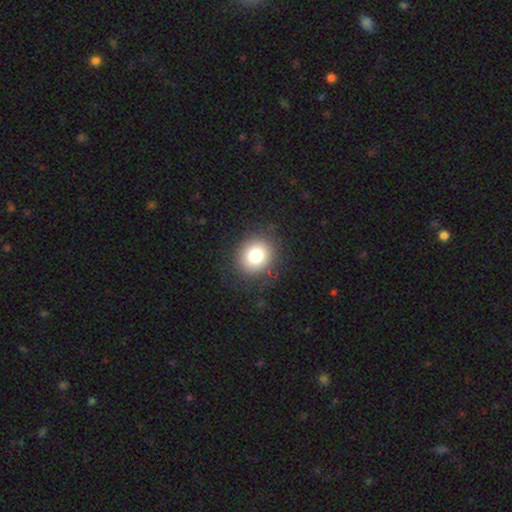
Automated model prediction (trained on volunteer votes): smooth 80%, star or artifact 10%, featured or disk 10%. Down the decision tree: how rounded — round (77%); merging — none (86%).